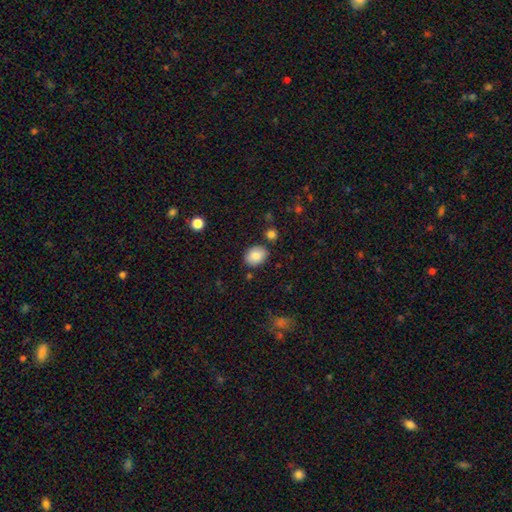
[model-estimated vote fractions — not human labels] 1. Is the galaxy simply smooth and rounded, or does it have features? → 86% smooth, 8% star or artifact, 7% featured or disk.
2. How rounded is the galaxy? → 61% in between, 38% round, 1% cigar-shaped.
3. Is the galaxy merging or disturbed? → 82% none, 11% minor disturbance, 4% merger, 3% major disturbance.